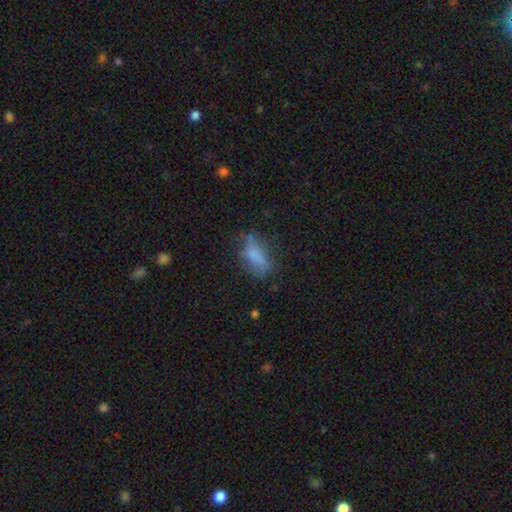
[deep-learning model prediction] smooth-or-featured: smooth: 67% | featured or disk: 21% | star or artifact: 12%
  how-rounded: in between: 79% | cigar-shaped: 16% | round: 5%
  merging: none: 46% | minor disturbance: 29% | major disturbance: 20% | merger: 4%